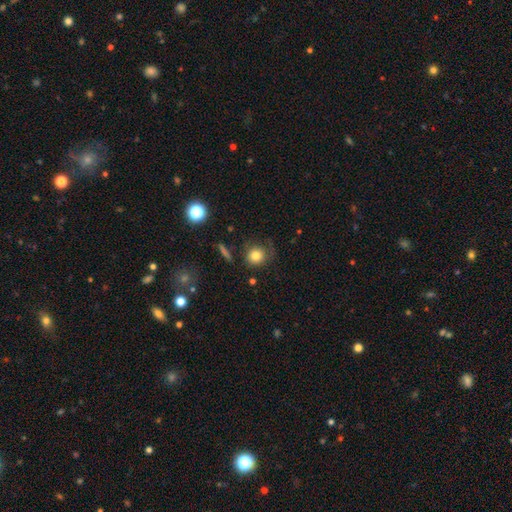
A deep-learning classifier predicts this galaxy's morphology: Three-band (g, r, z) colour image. It shows a smooth galaxy with no disk features (79%) that is round (85%). Merging: none (66%).